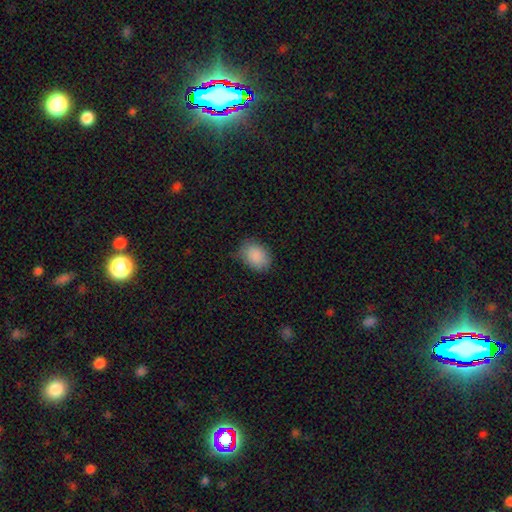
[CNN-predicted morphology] Smooth or featured: smooth — 88% (star or artifact — 7%)
How rounded: in between — 64% (round — 36%)
Merging: none — 69% (minor disturbance — 25%)